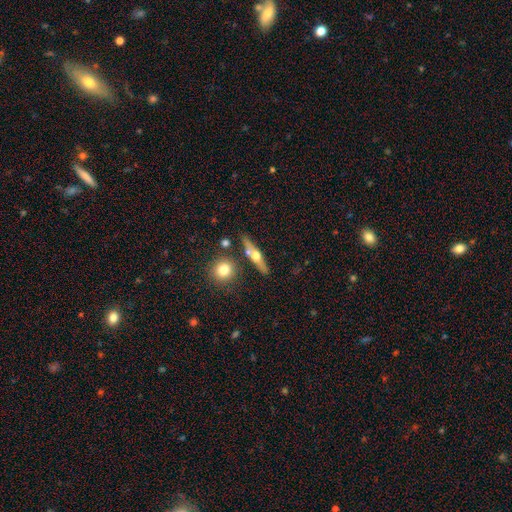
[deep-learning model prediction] A featured or disk galaxy (54%) viewed edge-on (88%). Merging: none (74%).